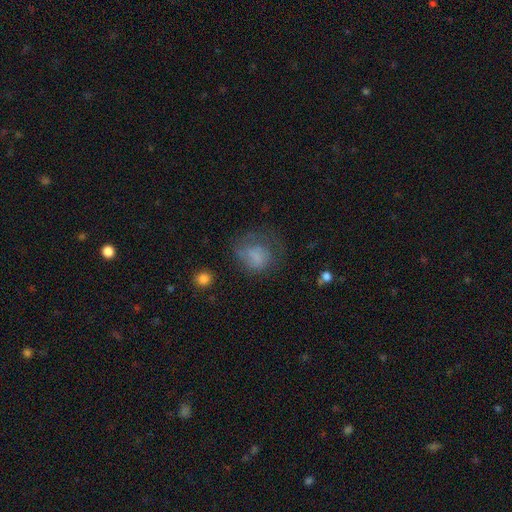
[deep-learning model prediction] Smooth or featured? Predicted: smooth (p=0.60). How rounded? Predicted: round (p=0.59). Merging? Predicted: none (p=0.40).